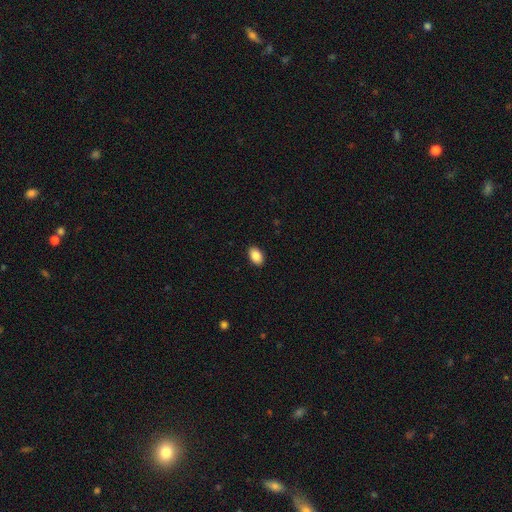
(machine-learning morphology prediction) Q: Smooth or featured?
A: smooth (87%); runner-up: star or artifact (8%)
Q: How rounded?
A: in between (89%); runner-up: round (10%)
Q: Merging?
A: none (90%); runner-up: minor disturbance (7%)